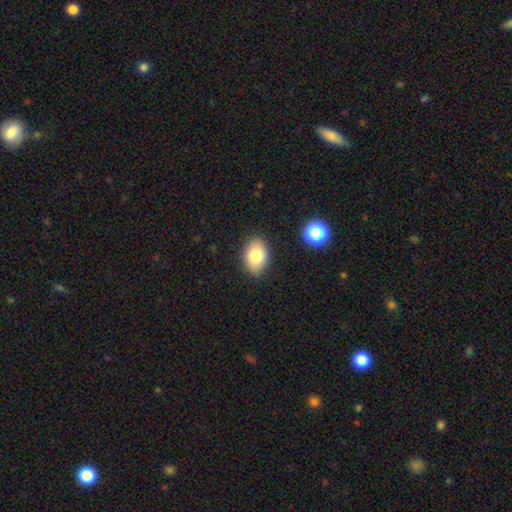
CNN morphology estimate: Smooth or featured? Predicted: smooth (p=0.82). How rounded? Predicted: in between (p=0.87). Merging? Predicted: none (p=0.86).